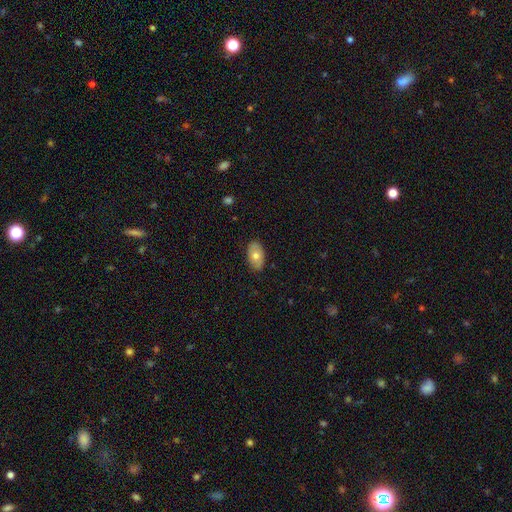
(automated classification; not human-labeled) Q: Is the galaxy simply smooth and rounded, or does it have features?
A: smooth — 70%.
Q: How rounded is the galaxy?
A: in between — 93%.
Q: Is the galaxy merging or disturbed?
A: none — 87%.